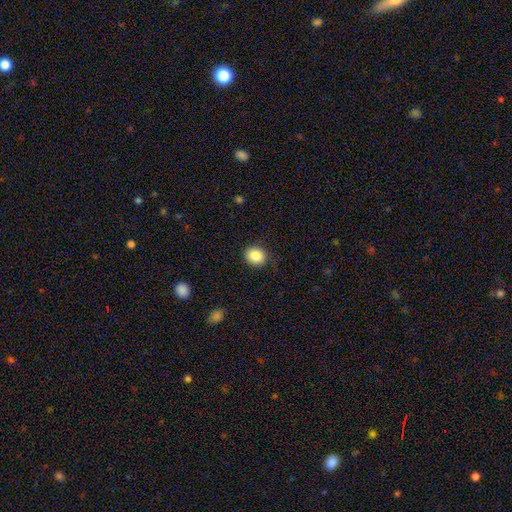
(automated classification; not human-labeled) The model was most divided on "how rounded": round: 71%, in between: 28%, cigar-shaped: 1%. More confident: merging — none (87%); smooth or featured — smooth (86%).